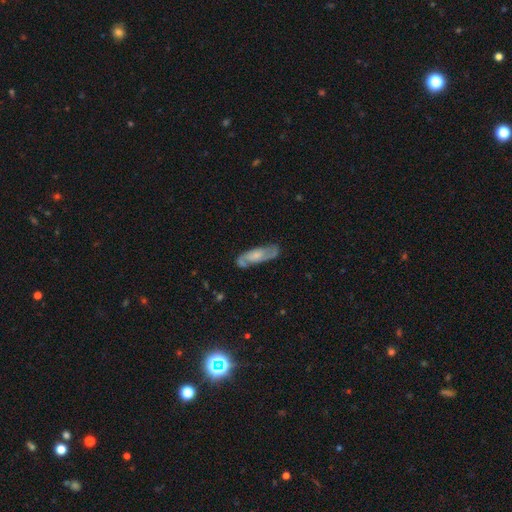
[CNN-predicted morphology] Smooth or featured: featured or disk — 68% (smooth — 25%)
Edge-on disk: no — 84% (yes — 16%)
Bar: no — 60% (weak — 32%)
Spiral arms: yes — 89% (no — 11%)
Spiral winding: medium — 48% (tight — 34%)
Spiral arm count: 2 — 80% (can't tell — 13%)
Bulge size: small — 42% (moderate — 34%)
Merging: none — 76% (minor disturbance — 17%)